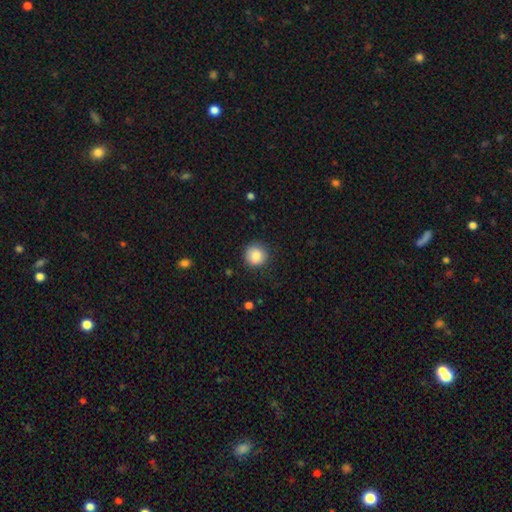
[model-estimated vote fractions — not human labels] smooth-or-featured: smooth: 85% | star or artifact: 9% | featured or disk: 6%
  how-rounded: round: 93% | in between: 6% | cigar-shaped: 1%
  merging: none: 87% | minor disturbance: 10% | major disturbance: 3% | merger: 1%